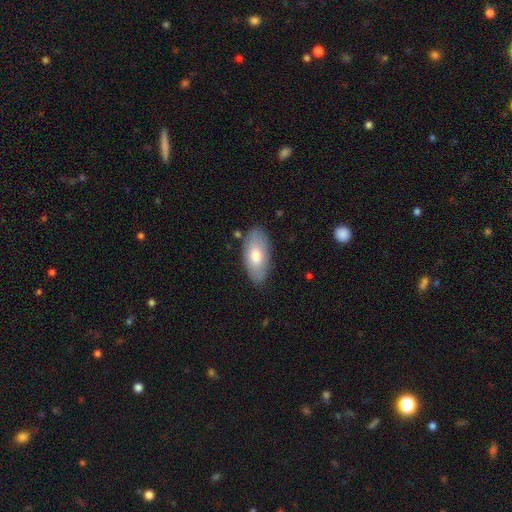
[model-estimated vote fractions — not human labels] A smooth galaxy with no disk features (70%) that is in between round and cigar-shaped (91%). Merging: none (81%).